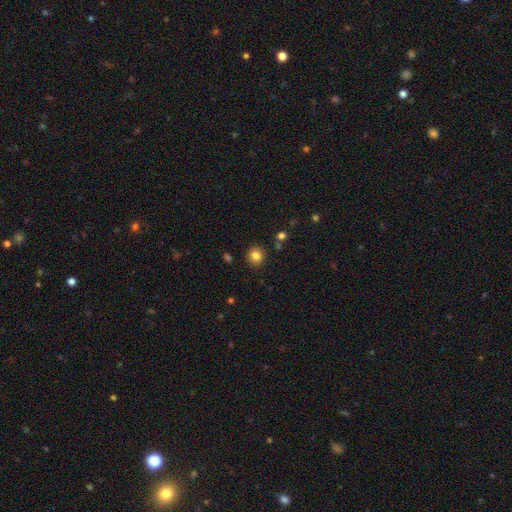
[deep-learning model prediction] A smooth galaxy with no disk features (83%) that is round (88%).

Vote fractions:
- Smooth or featured? smooth: 83% / star or artifact: 12% / featured or disk: 6%
- How rounded? round: 88% / in between: 11% / cigar-shaped: 1%
- Merging? none: 89% / minor disturbance: 7% / merger: 2% / major disturbance: 2%